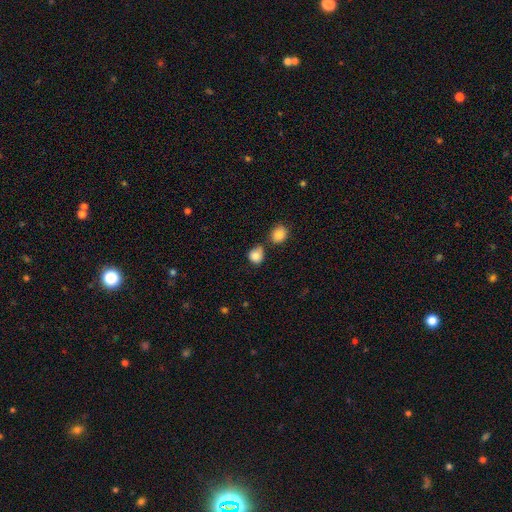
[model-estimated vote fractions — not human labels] The model was most divided on "merging": none: 52%, merger: 23%, minor disturbance: 19%, major disturbance: 6%. More confident: smooth or featured — smooth (85%); how rounded — round (76%).